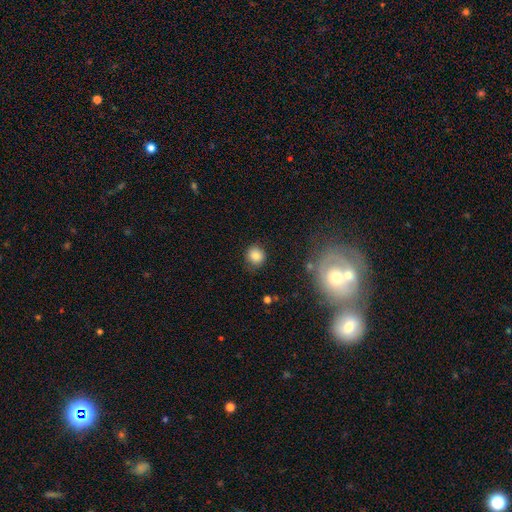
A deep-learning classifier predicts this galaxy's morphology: Overall: smooth (83%). How rounded: round (84%). Merging: none (78%).